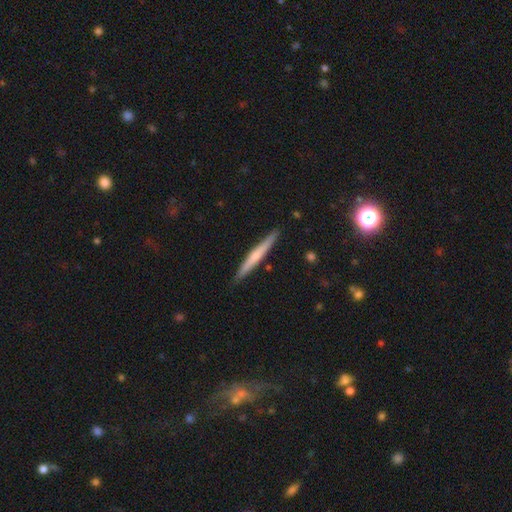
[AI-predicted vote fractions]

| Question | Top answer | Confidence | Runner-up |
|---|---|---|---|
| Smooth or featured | featured or disk | 50% | smooth (44%) |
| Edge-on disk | yes | 97% | no (3%) |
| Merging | none | 90% | minor disturbance (7%) |